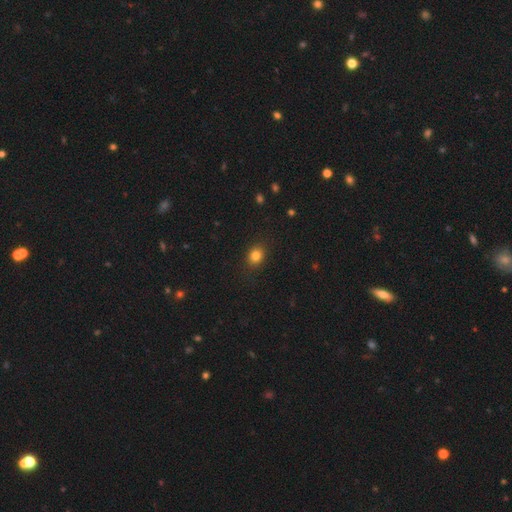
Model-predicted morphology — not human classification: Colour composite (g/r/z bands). It shows a smooth galaxy with no disk features (82%) that is round (61%). Merging: none (88%).